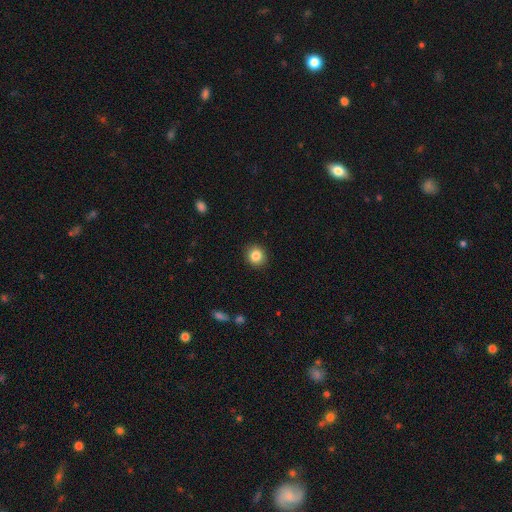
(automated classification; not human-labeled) smooth_or_featured: smooth (p=0.86) [alt: star or artifact p=0.10]
how_rounded: round (p=0.83) [alt: in between p=0.16]
merging: none (p=0.91) [alt: minor disturbance p=0.06]